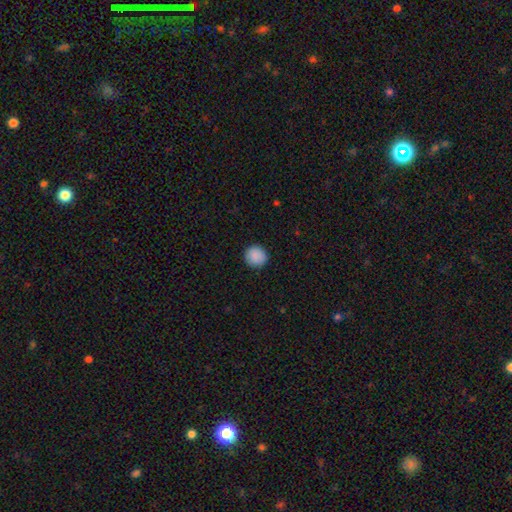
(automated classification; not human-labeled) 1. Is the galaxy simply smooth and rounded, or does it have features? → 90% smooth, 8% star or artifact, 3% featured or disk.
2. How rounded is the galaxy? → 94% round, 5% in between, 1% cigar-shaped.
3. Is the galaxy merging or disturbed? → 91% none, 6% minor disturbance, 2% major disturbance, 1% merger.